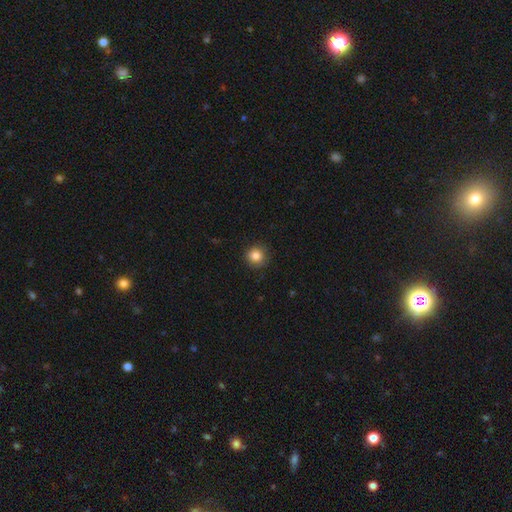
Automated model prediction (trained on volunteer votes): The model was most divided on "smooth or featured": smooth: 85%, star or artifact: 10%, featured or disk: 5%. More confident: how rounded — round (94%); merging — none (89%).